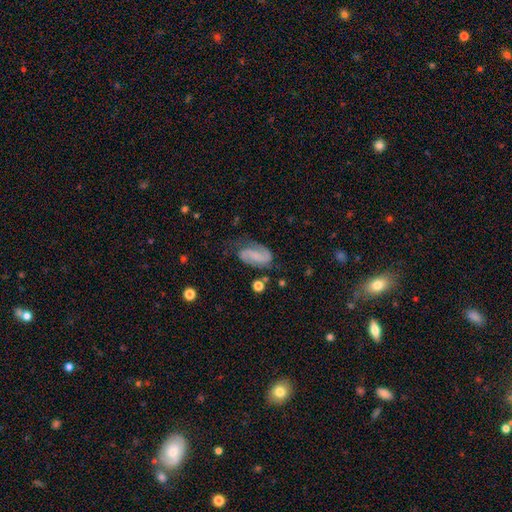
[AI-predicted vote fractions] Smooth or featured?
  - featured or disk: 69% *
  - smooth: 23%
  - star or artifact: 8%
Edge-on disk?
  - no: 97% *
  - yes: 3%
Bar?
  - weak: 38% *
  - no: 37%
  - strong: 25%
Spiral arms?
  - yes: 93% *
  - no: 7%
Spiral winding?
  - medium: 44% *
  - loose: 29%
  - tight: 28%
Spiral arm count?
  - 2: 83% *
  - 1: 8%
  - can't tell: 6%
  - 3: 1%
  - 4: 1%
  - more than 4: 1%
Bulge size?
  - none: 50% *
  - small: 34%
  - moderate: 11%
  - large: 3%
  - dominant: 1%
Merging?
  - none: 60% *
  - minor disturbance: 24%
  - major disturbance: 13%
  - merger: 3%